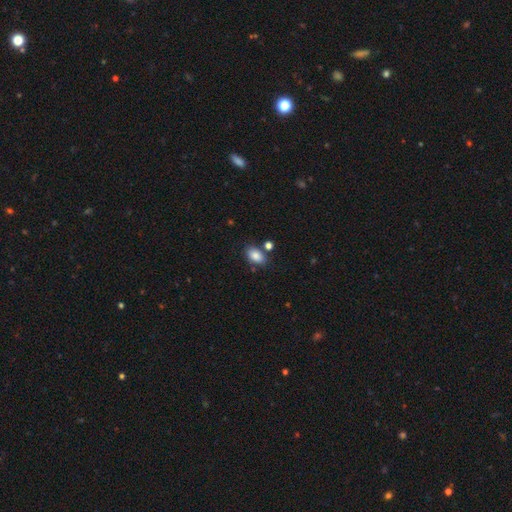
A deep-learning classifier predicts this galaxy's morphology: Smooth or featured: smooth — 86% (star or artifact — 8%)
How rounded: in between — 90% (round — 8%)
Merging: none — 76% (minor disturbance — 12%)